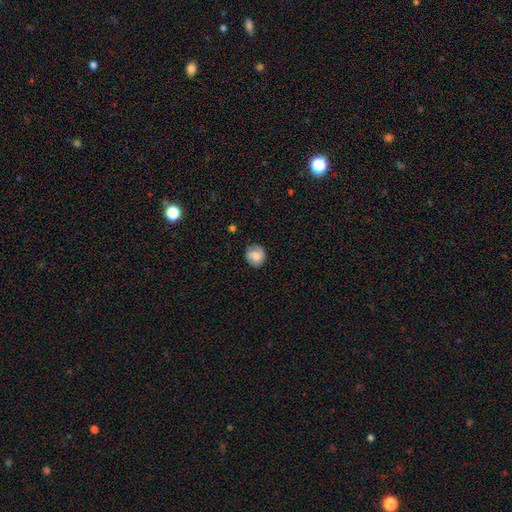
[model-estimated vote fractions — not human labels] The model was most divided on "smooth or featured": smooth: 74%, featured or disk: 18%, star or artifact: 8%. More confident: how rounded — round (83%); merging — none (79%).